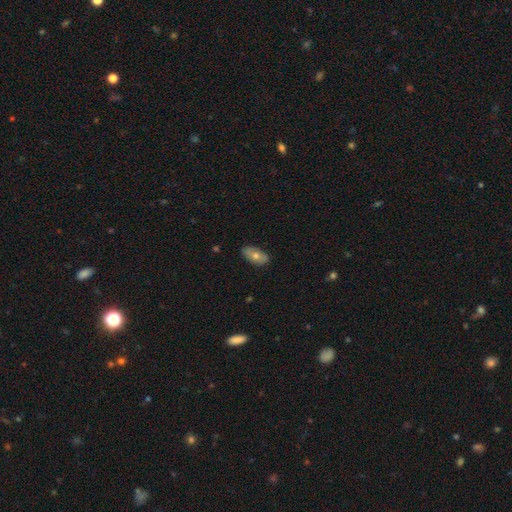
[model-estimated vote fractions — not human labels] smooth-or-featured: smooth: 60% | featured or disk: 32% | star or artifact: 8%
  how-rounded: in between: 90% | round: 5% | cigar-shaped: 5%
  merging: none: 83% | minor disturbance: 14% | major disturbance: 2% | merger: 1%